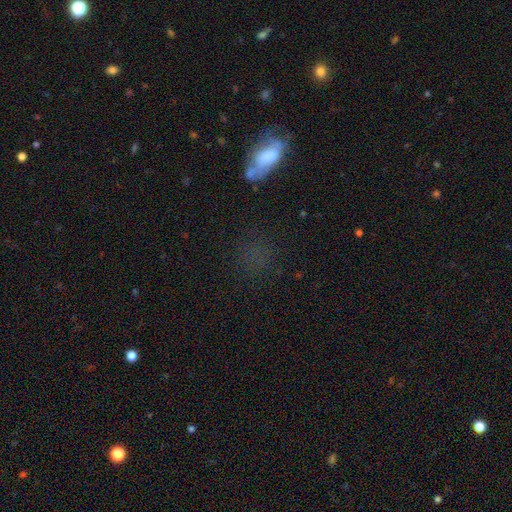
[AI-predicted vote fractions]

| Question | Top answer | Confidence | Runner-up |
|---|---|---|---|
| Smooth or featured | smooth | 51% | star or artifact (30%) |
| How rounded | round | 51% | in between (40%) |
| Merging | none | 62% | minor disturbance (18%) |